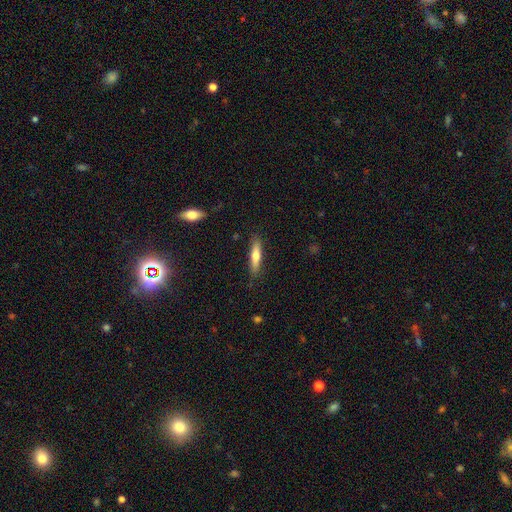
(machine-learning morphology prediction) This is likely a smooth galaxy (63%). How rounded: clearly cigar-shaped (81%). Merging: clearly none (87%).